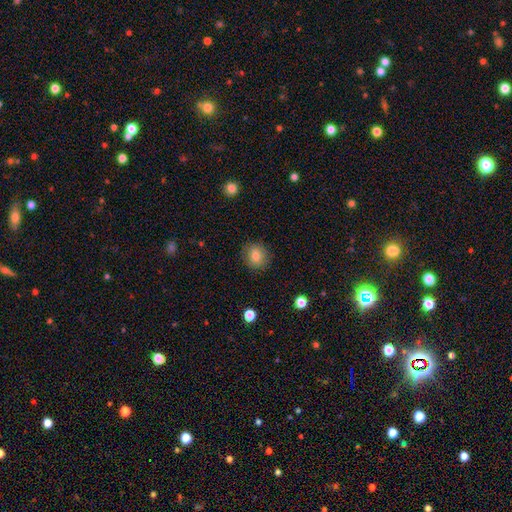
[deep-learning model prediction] The model was most divided on "how rounded": round: 76%, in between: 23%, cigar-shaped: 1%. More confident: merging — none (85%); smooth or featured — smooth (82%).